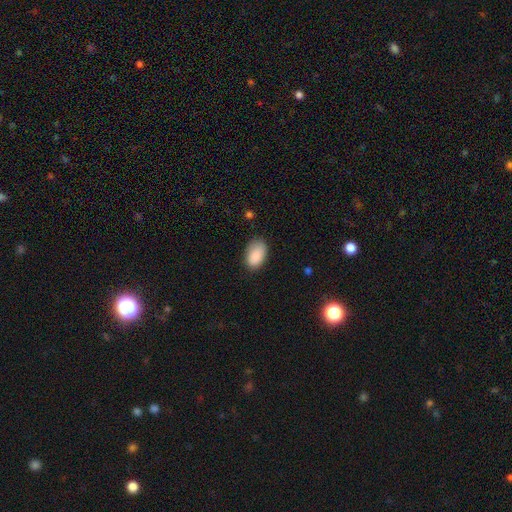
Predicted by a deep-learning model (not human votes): The model was most divided on "merging": none: 75%, minor disturbance: 20%, major disturbance: 4%, merger: 1%. More confident: how rounded — in between (91%); smooth or featured — smooth (87%).